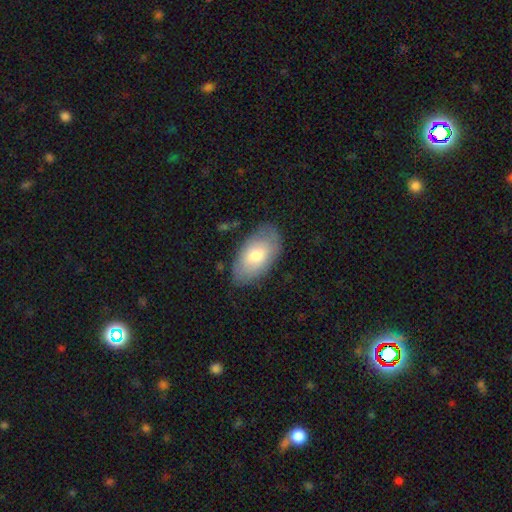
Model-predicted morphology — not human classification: smooth_or_featured: smooth (p=0.73) [alt: featured or disk p=0.21]
how_rounded: in between (p=0.94) [alt: round p=0.04]
merging: none (p=0.79) [alt: minor disturbance p=0.16]